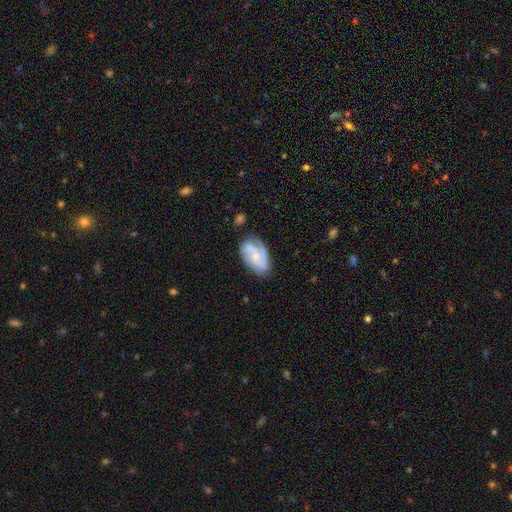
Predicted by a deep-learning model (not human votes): Overall: featured or disk (72%). Edge-on disk: no (97%). Bar: no (52%; weak 38%). Spiral arms: yes (92%). Spiral arm count: 2 (60%). Spiral winding: medium (45%; tight 35%). Bulge size: small (54%; moderate 29%). Merging: none (66%).